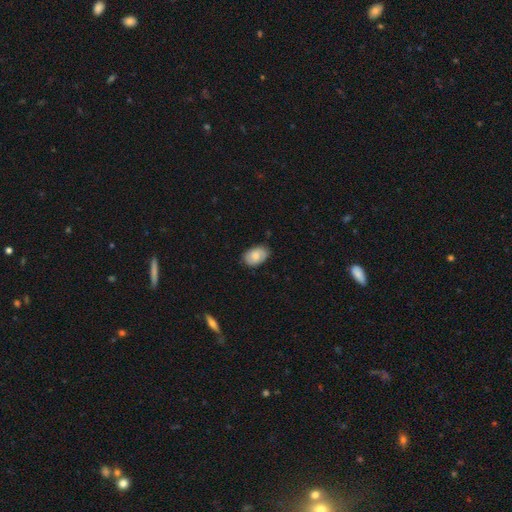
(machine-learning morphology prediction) Q: Smooth or featured?
A: smooth (76%); runner-up: featured or disk (17%)
Q: How rounded?
A: in between (89%); runner-up: round (10%)
Q: Merging?
A: none (81%); runner-up: minor disturbance (15%)